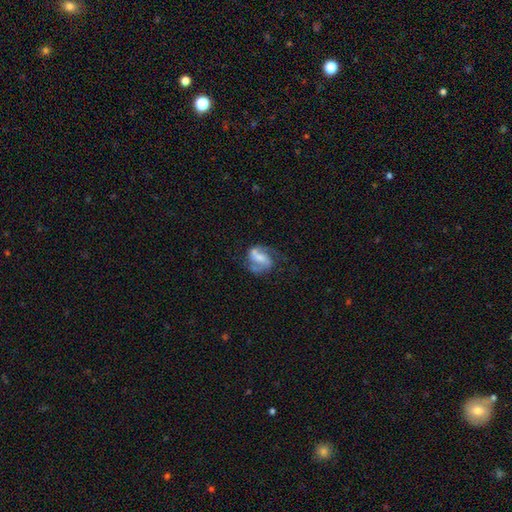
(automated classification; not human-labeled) This appears to be a featured or disk galaxy (79%) with a weak bar (44%), 2 (88%) medium (50%) spiral arms (94%) and a small central bulge (35%). Merging: none (68%).